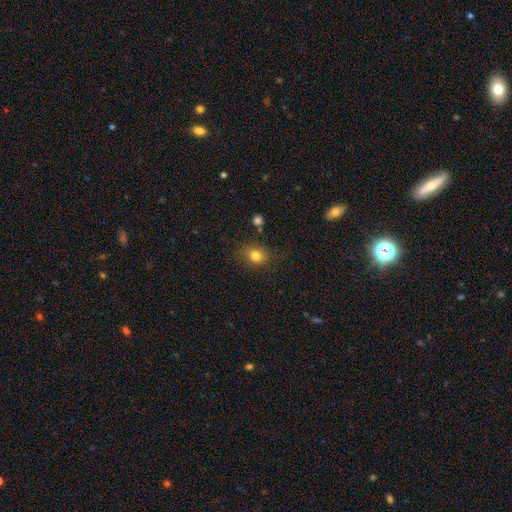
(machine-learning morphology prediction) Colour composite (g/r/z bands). It shows a smooth galaxy with no disk features (80%) that is round (59%). Merging: none (80%).